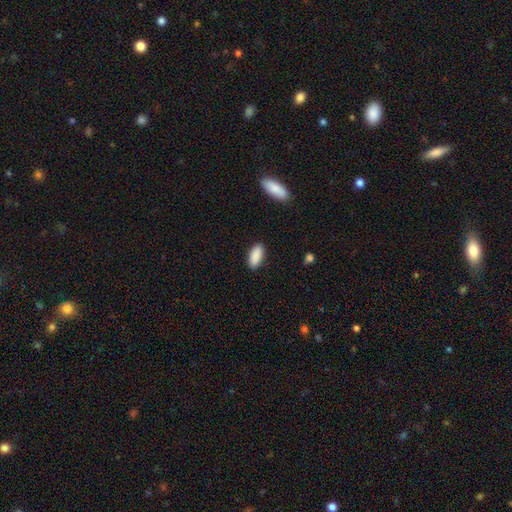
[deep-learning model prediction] Overall: smooth (90%). How rounded: in between (87%). Merging: none (88%).